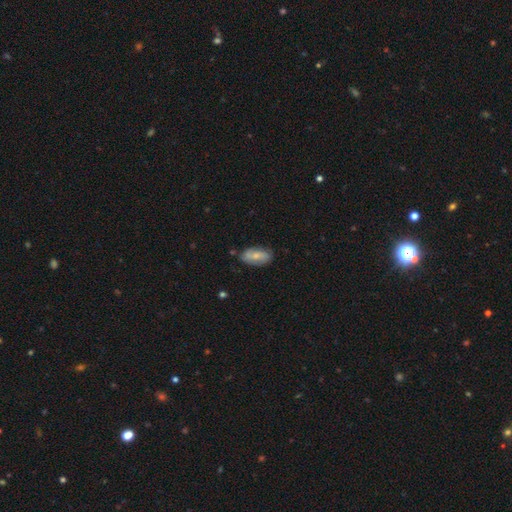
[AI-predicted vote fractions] Morphology: type=smooth (54%); roundness=in between (90%); merging=none (77%).